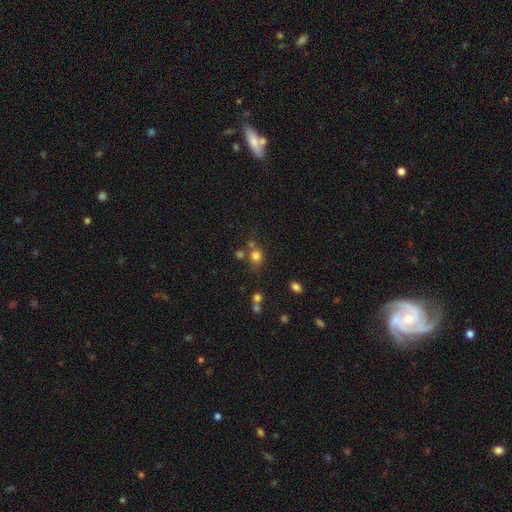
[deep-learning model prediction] This appears to be a smooth galaxy with no disk features (77%) that is round (77%). Merging: none (60%).